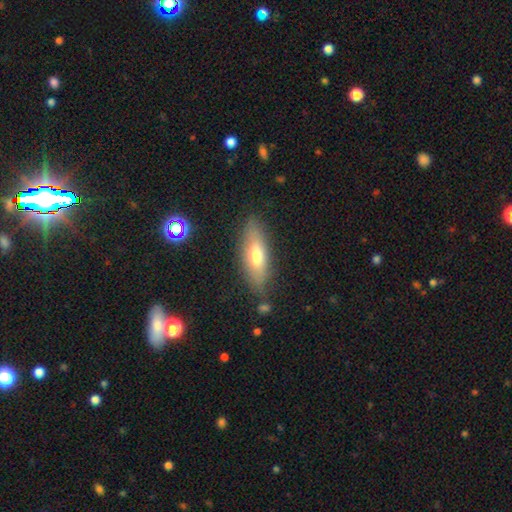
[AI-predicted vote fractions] Morphology: type=smooth (63%); roundness=in between (59%); merging=none (80%).